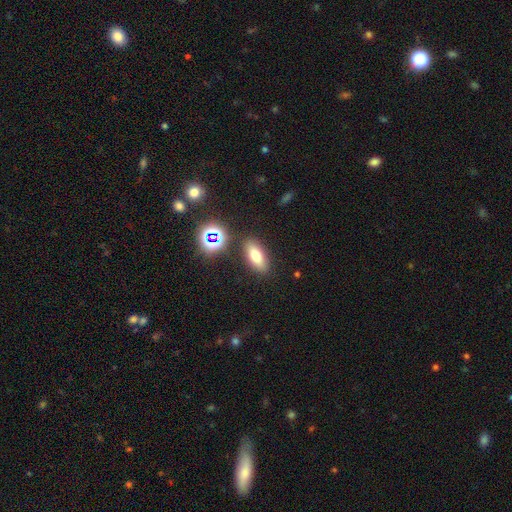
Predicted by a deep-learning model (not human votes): Smooth or featured: smooth — 72% (featured or disk — 14%)
How rounded: in between — 75% (cigar-shaped — 19%)
Merging: none — 85% (minor disturbance — 9%)